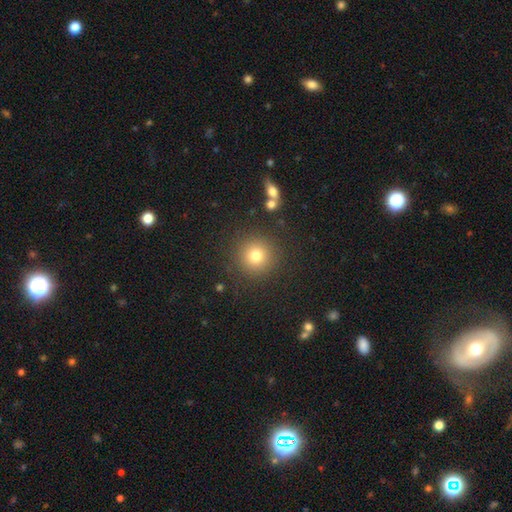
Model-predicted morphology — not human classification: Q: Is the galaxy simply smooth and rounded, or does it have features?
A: smooth — 77%.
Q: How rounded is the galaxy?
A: round — 94%.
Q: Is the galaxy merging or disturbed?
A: none — 88%.